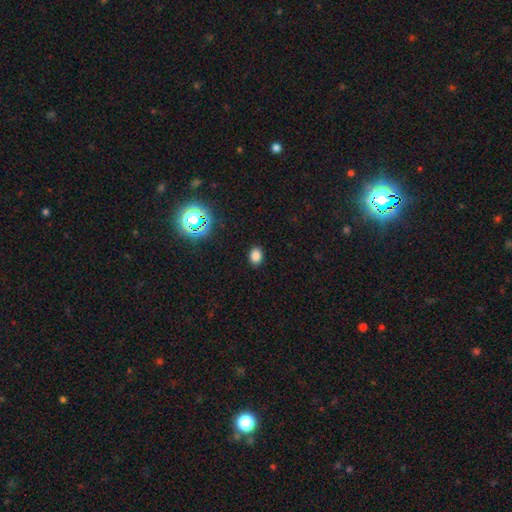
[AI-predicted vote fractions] Overall: smooth (81%). How rounded: in between (68%; round 31%). Merging: none (89%).